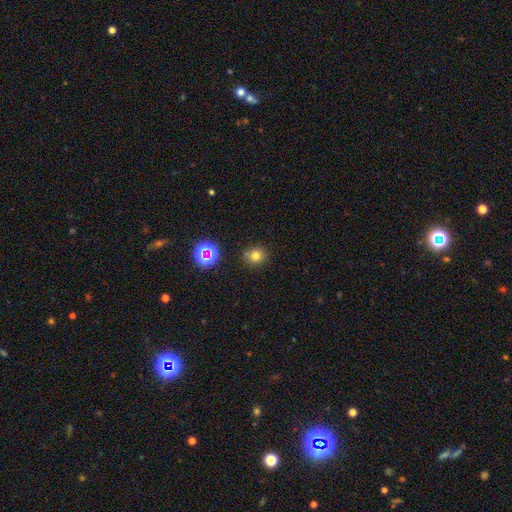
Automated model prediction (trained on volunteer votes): A smooth galaxy with no disk features (74%) that is round (85%).

Vote fractions:
- Smooth or featured? smooth: 74% / star or artifact: 18% / featured or disk: 8%
- How rounded? round: 85% / in between: 15% / cigar-shaped: 1%
- Merging? none: 83% / minor disturbance: 11% / merger: 3% / major disturbance: 3%